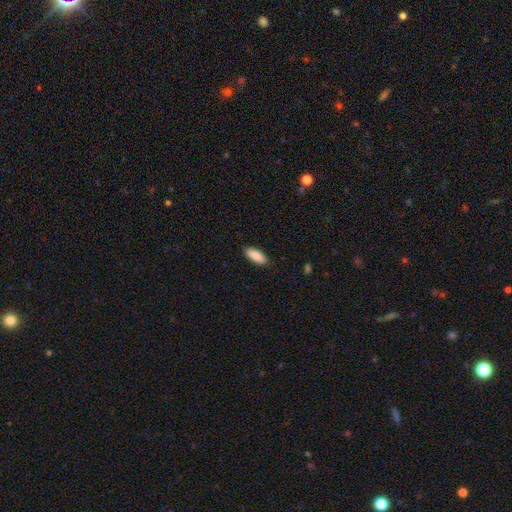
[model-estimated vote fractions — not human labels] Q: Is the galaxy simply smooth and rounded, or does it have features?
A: smooth — 89%.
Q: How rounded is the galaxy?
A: in between — 76%.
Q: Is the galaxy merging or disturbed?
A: none — 88%.